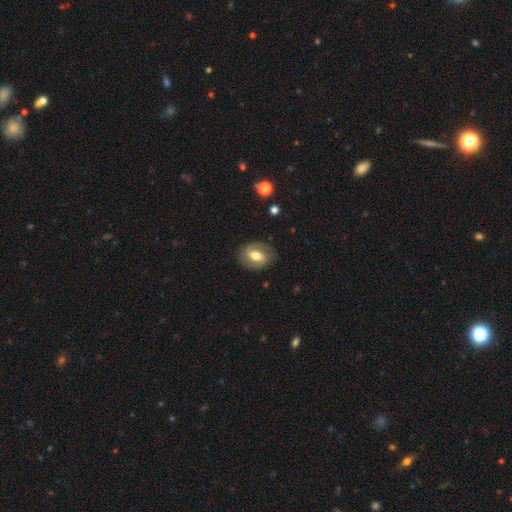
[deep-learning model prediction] Smooth or featured? featured or disk (54%)
Edge-on disk? no (95%)
Bar? weak (43%)
Spiral arms? yes (67%)
Bulge size? moderate (70%)
Merging? none (82%)